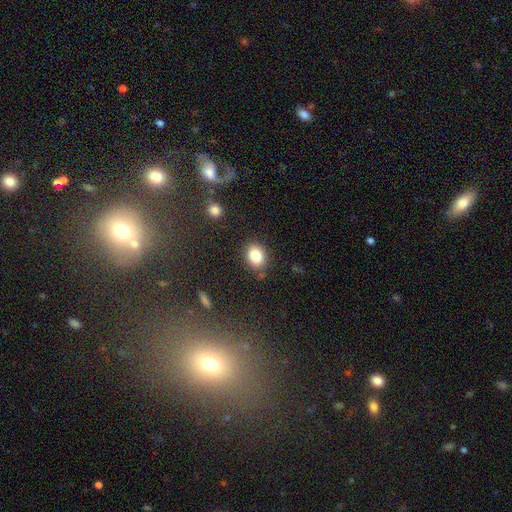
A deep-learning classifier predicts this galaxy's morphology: smooth_or_featured: smooth (p=0.83) [alt: star or artifact p=0.10]
how_rounded: in between (p=0.58) [alt: round p=0.40]
merging: none (p=0.82) [alt: minor disturbance p=0.11]